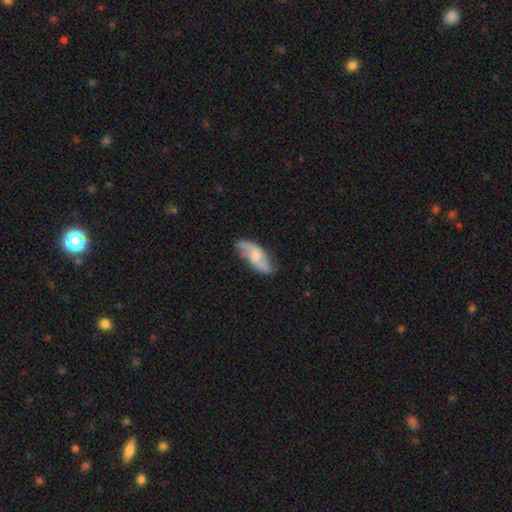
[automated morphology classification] smooth-or-featured: featured or disk: 66% | smooth: 28% | star or artifact: 6%
  disk-edge-on: no: 91% | yes: 9%
    bar: no: 55% | weak: 37% | strong: 8%
    has-spiral-arms: yes: 91% | no: 9%
      spiral-winding: loose: 63% | medium: 28% | tight: 9%
      spiral-arm-count: 2: 88% | can't tell: 6% | 1: 2% | 3: 1% | 4: 1% | more than 4: 1%
    bulge-size: moderate: 41% | small: 40% | none: 12% | large: 5% | dominant: 1%
  merging: none: 71% | minor disturbance: 21% | major disturbance: 6% | merger: 2%